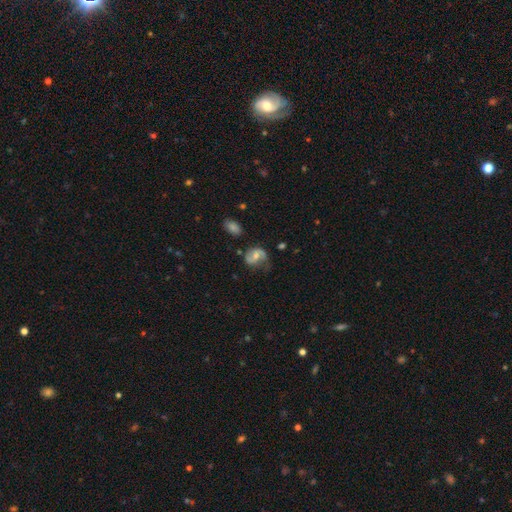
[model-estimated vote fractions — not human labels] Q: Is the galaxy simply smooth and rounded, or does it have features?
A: featured or disk — 67%.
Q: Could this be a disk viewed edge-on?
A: no — 97%.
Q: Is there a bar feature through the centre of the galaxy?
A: no — 48%.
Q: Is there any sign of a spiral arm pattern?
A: yes — 89%.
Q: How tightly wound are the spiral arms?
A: loose — 43%.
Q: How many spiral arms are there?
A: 2 — 73%.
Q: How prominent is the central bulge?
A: moderate — 59%.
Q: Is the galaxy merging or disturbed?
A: none — 53%.